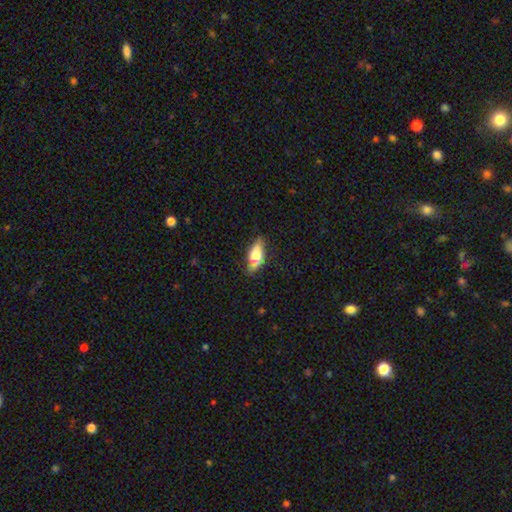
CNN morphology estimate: This is likely a smooth galaxy (63%). How rounded: likely in between (72%). Merging: likely none (70%).